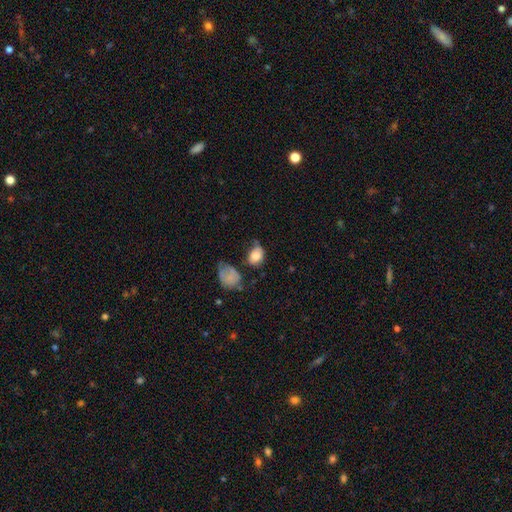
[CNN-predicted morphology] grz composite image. It shows a smooth galaxy with no disk features (78%) that is in between round and cigar-shaped (64%). Merging: minor disturbance (36%).